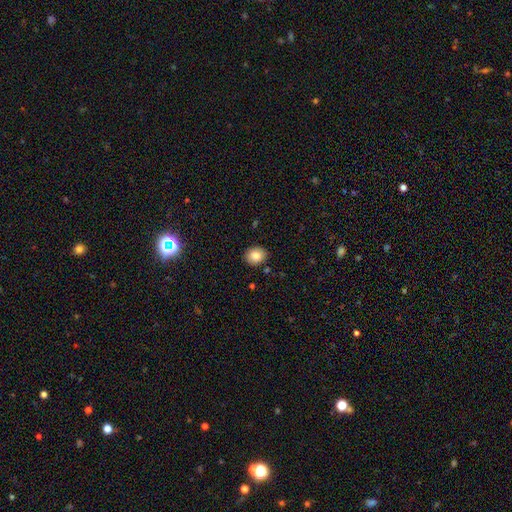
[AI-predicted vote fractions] smooth_or_featured: smooth (p=0.85) [alt: star or artifact p=0.09]
how_rounded: round (p=0.62) [alt: in between p=0.38]
merging: none (p=0.88) [alt: minor disturbance p=0.08]